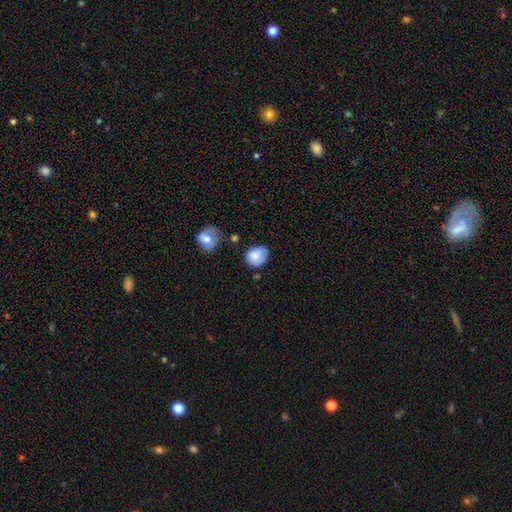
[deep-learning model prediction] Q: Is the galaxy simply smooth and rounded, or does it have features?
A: smooth — 79%.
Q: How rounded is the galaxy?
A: round — 50%.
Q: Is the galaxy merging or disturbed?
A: none — 53%.